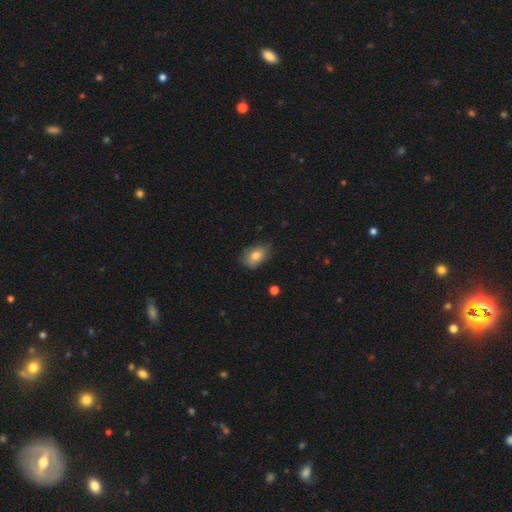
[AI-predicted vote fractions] smooth-or-featured: smooth: 80% | featured or disk: 12% | star or artifact: 8%
  how-rounded: in between: 82% | round: 17% | cigar-shaped: 1%
  merging: none: 65% | minor disturbance: 28% | major disturbance: 5% | merger: 2%